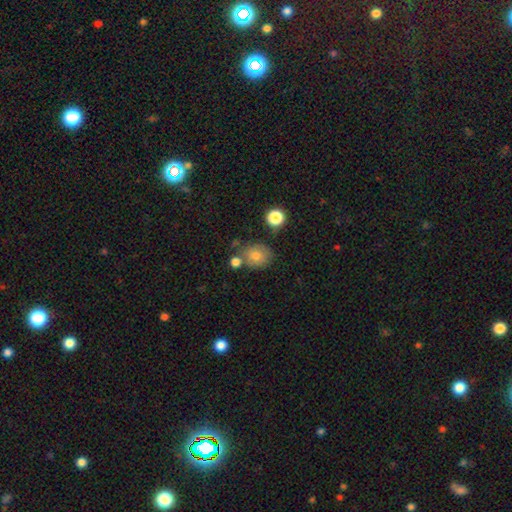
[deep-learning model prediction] This is likely a smooth galaxy (76%). How rounded: likely round (69%). Merging: likely none (65%).